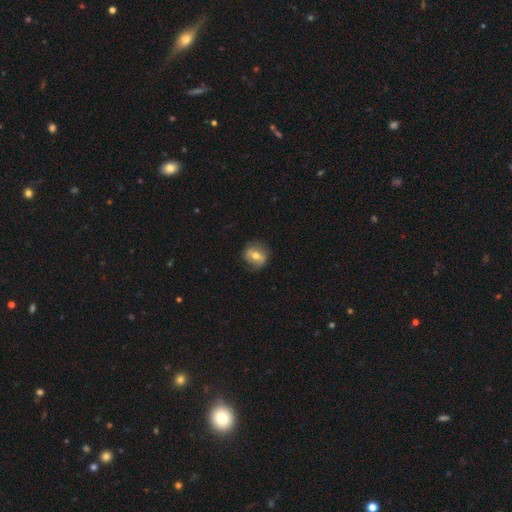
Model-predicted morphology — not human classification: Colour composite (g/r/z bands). It shows a featured or disk galaxy (48%). Merging: none (78%).